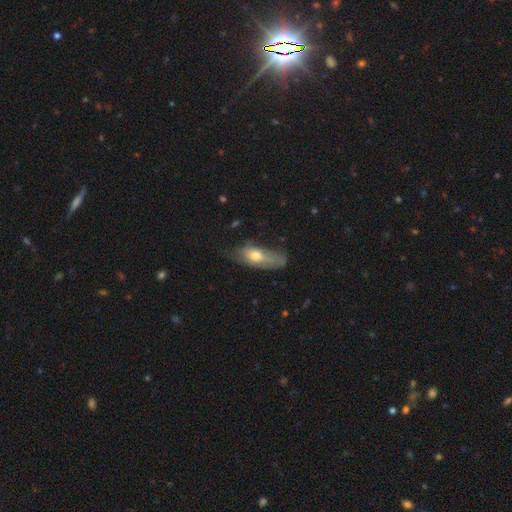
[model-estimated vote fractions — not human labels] smooth 59%, featured or disk 33%, star or artifact 8%. Down the decision tree: how rounded — in between (70%); merging — none (38%).